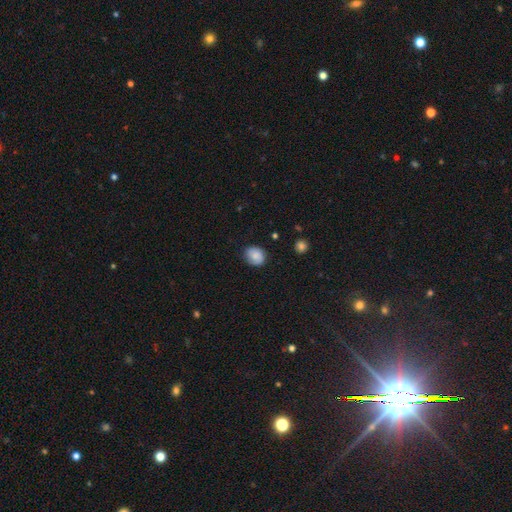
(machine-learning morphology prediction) Smooth or featured? Predicted: smooth (p=0.82). How rounded? Predicted: round (p=0.69). Merging? Predicted: none (p=0.79).